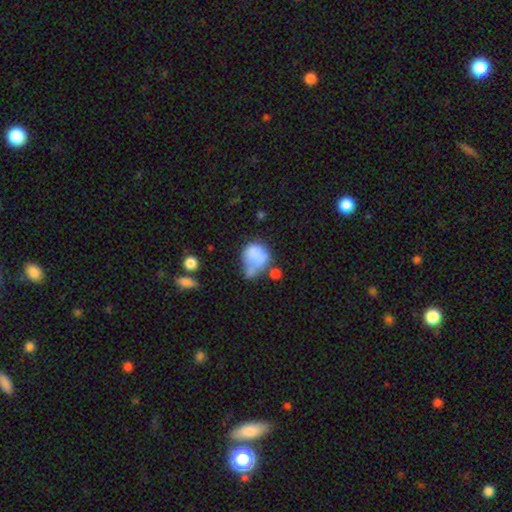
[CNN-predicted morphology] Smooth or featured? Predicted: smooth (p=0.70). How rounded? Predicted: round (p=0.53). Merging? Predicted: minor disturbance (p=0.26, tied with major disturbance).